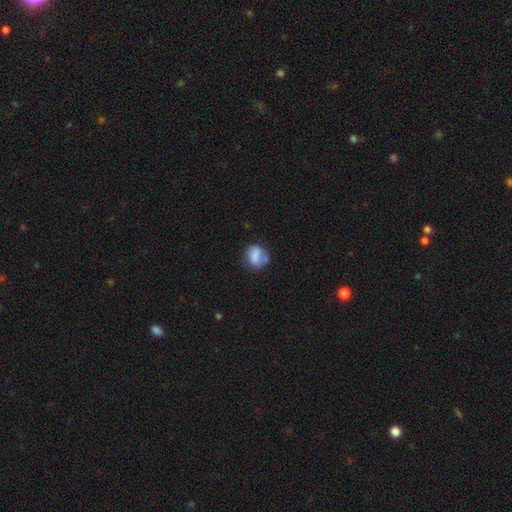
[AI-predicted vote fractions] Smooth or featured?
  - smooth: 76% *
  - featured or disk: 16%
  - star or artifact: 8%
How rounded?
  - round: 65% *
  - in between: 34%
  - cigar-shaped: 1%
Merging?
  - none: 55% *
  - minor disturbance: 27%
  - major disturbance: 10%
  - merger: 8%